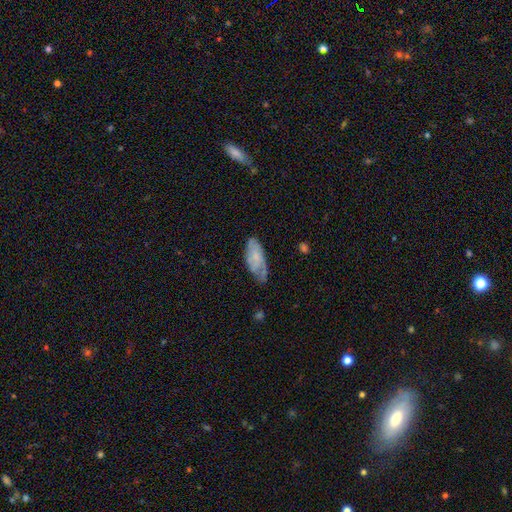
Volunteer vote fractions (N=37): Morphology: type=smooth (49%); roundness=in between (89%); merging=none (56%).